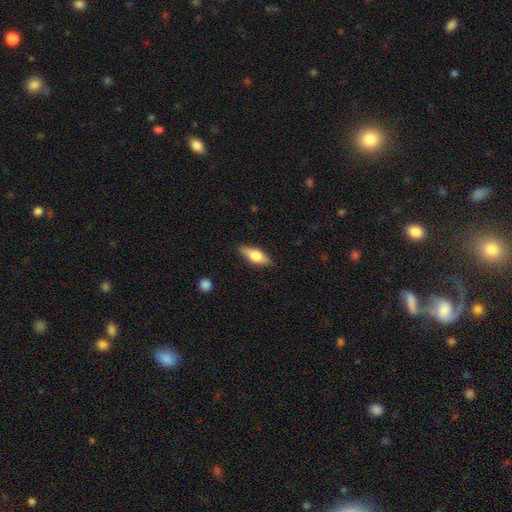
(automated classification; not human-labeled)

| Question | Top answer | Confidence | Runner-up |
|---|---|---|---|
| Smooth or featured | smooth | 59% | featured or disk (35%) |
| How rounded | in between | 64% | cigar-shaped (33%) |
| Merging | none | 86% | minor disturbance (10%) |